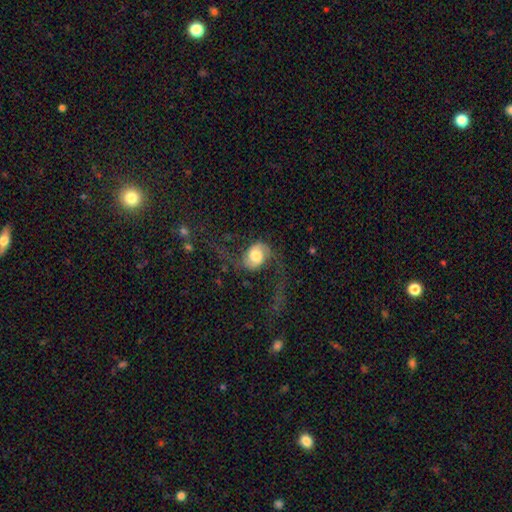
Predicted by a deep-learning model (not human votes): smooth_or_featured: featured or disk (p=0.68) [alt: smooth p=0.25]
disk_edge_on: no (p=0.97) [alt: yes p=0.03]
bar: no (p=0.58) [alt: weak p=0.32]
has_spiral_arms: yes (p=0.90) [alt: no p=0.10]
spiral_winding: loose (p=0.82) [alt: medium p=0.14]
spiral_arm_count: 2 (p=0.89) [alt: 1 p=0.06]
bulge_size: moderate (p=0.48) [alt: large p=0.32]
merging: none (p=0.46) [alt: major disturbance p=0.36]